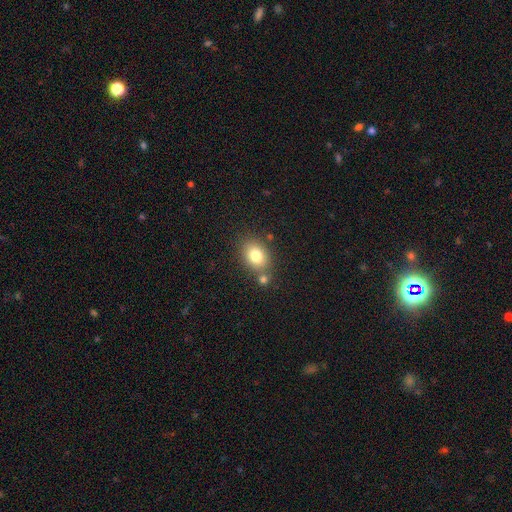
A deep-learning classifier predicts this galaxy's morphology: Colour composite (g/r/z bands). It shows a smooth galaxy with no disk features (79%) that is in between round and cigar-shaped (65%). Merging: none (70%).